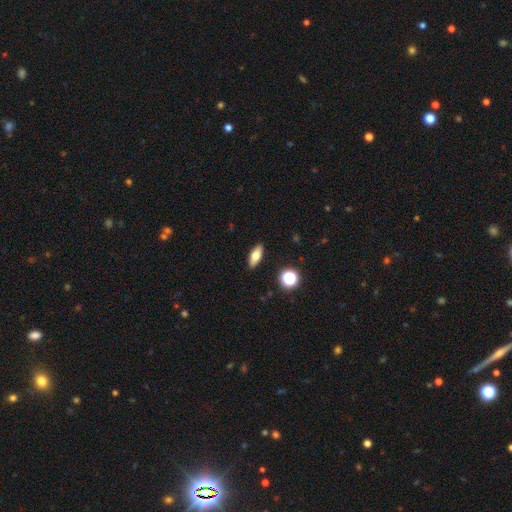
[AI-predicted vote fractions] A smooth galaxy with no disk features (69%) that is in between round and cigar-shaped (72%). Merging: none (89%).